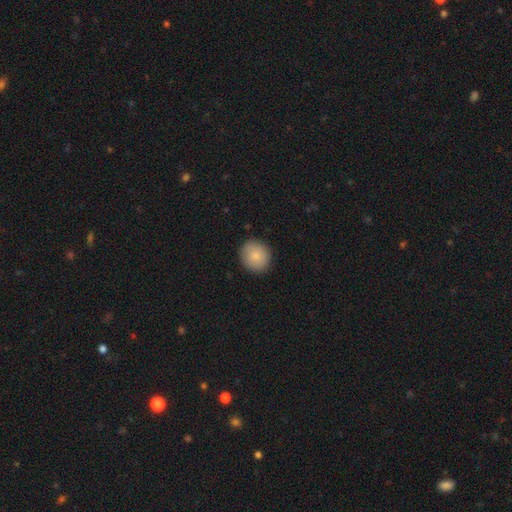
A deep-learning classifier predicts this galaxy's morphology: smooth 86%, featured or disk 7%, star or artifact 7%. Down the decision tree: how rounded — round (87%); merging — none (89%).